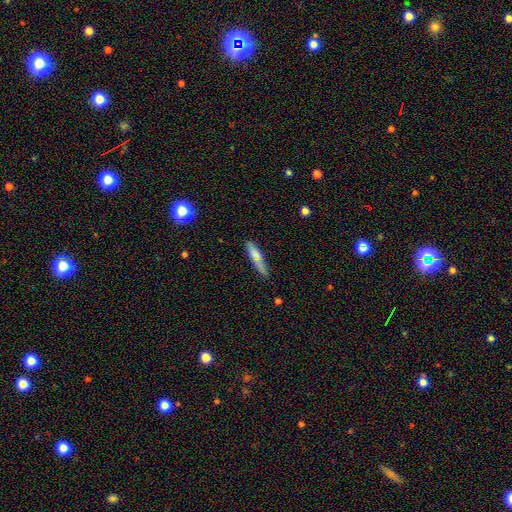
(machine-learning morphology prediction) This is likely a smooth galaxy (70%). How rounded: likely cigar-shaped (79%). Merging: likely none (68%).